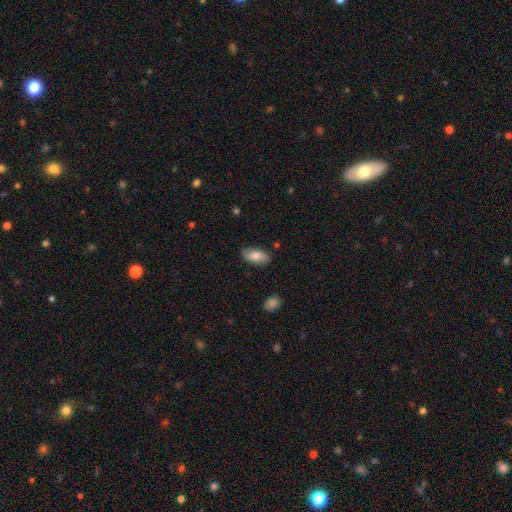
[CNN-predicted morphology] type=smooth (80%); roundness=in between (93%); merging=none (82%).